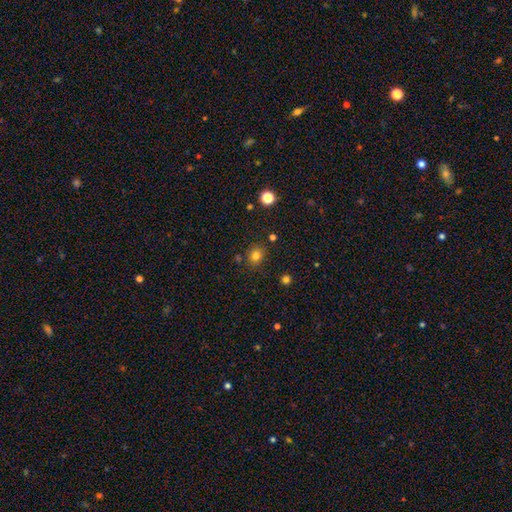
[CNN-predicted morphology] This appears to be a smooth galaxy with no disk features (79%) that is round (77%). Merging: none (81%).